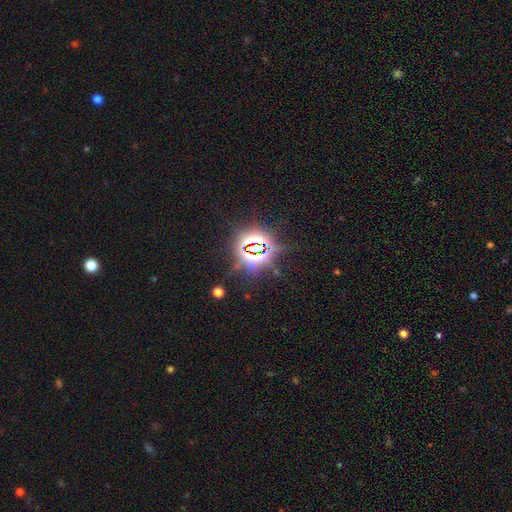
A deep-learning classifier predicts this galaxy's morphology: type=star or artifact (80%).